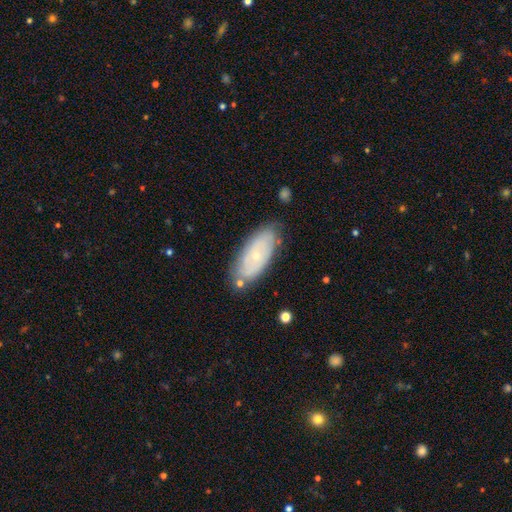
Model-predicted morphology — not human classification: Smooth or featured: featured or disk — 56% (smooth — 36%)
Edge-on disk: no — 88% (yes — 12%)
Merging: none — 73% (minor disturbance — 19%)